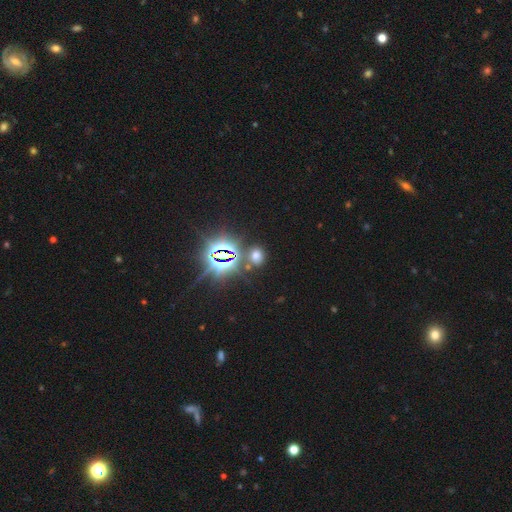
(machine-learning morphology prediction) Smooth or featured: smooth — 48% (star or artifact — 44%)
Merging: none — 78% (minor disturbance — 10%)